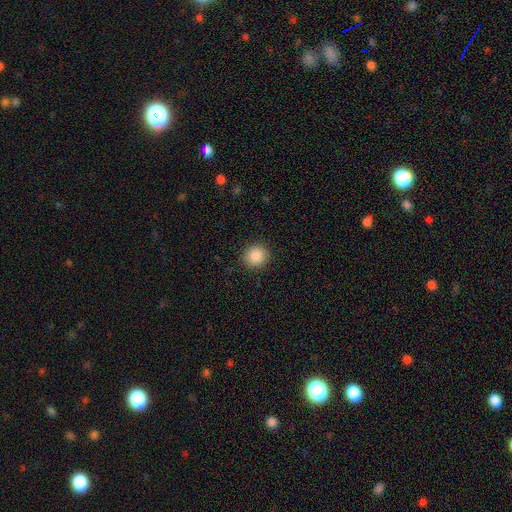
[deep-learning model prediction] This appears to be a smooth galaxy with no disk features (87%) that is round (89%). Merging: none (91%).